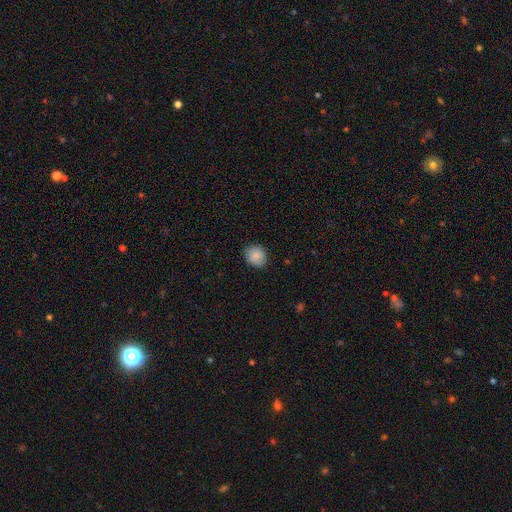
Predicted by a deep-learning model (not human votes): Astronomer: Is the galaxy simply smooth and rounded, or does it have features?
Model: smooth — 86%.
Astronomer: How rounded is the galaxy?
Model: round — 72%.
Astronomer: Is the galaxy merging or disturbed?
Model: none — 84%.